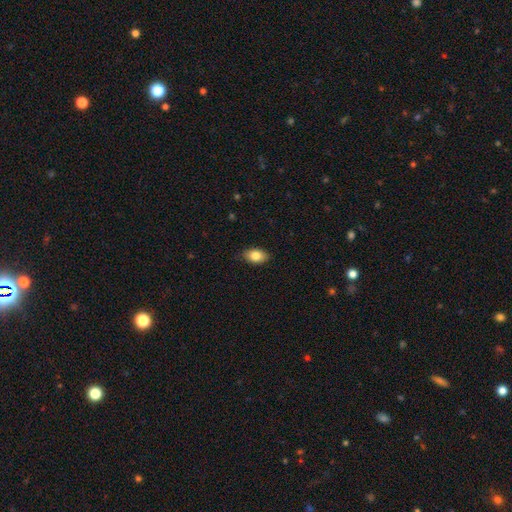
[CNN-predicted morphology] smooth 83%, featured or disk 10%, star or artifact 7%. Down the decision tree: how rounded — in between (90%); merging — none (85%).